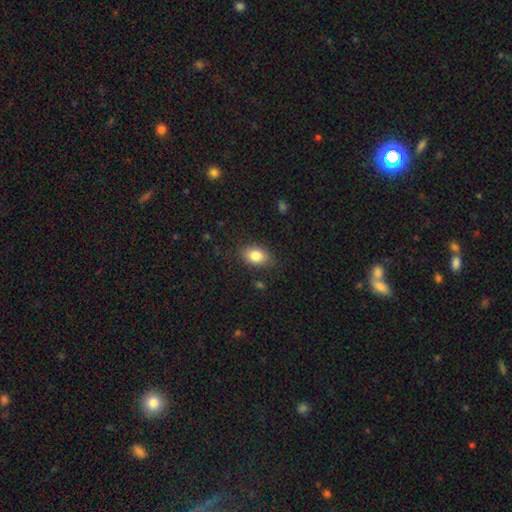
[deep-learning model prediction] Smooth or featured: smooth — 85% (star or artifact — 8%)
How rounded: in between — 83% (round — 15%)
Merging: none — 83% (minor disturbance — 13%)